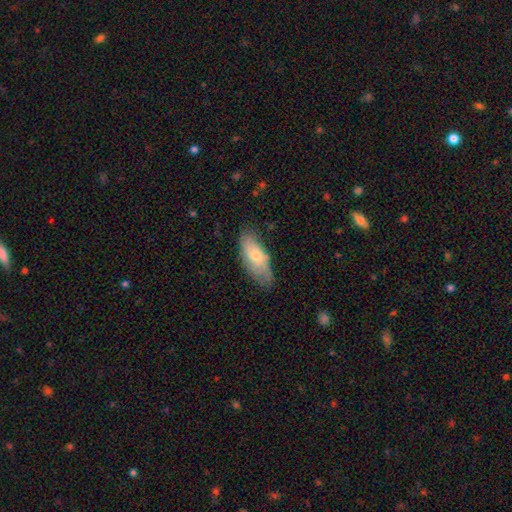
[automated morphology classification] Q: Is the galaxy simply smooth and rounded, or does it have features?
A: smooth — 66%.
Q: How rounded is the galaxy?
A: in between — 83%.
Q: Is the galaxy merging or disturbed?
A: none — 63%.